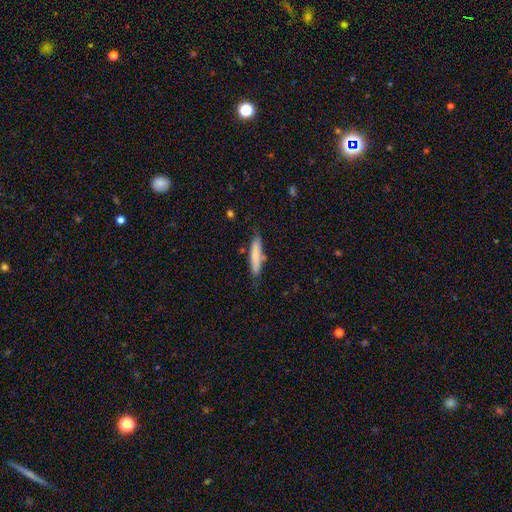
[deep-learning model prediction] Smooth or featured? smooth (76%)
How rounded? cigar-shaped (85%)
Merging? none (74%)